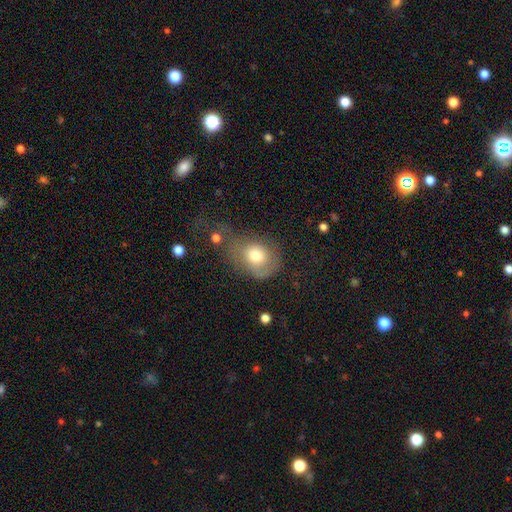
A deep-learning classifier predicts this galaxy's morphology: Smooth or featured: smooth — 71% (featured or disk — 20%)
How rounded: round — 52% (in between — 47%)
Merging: major disturbance — 34% (none — 31%)